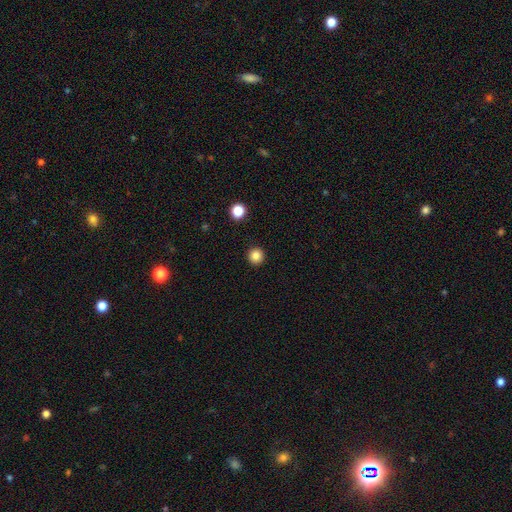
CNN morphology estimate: Smooth or featured? Predicted: smooth (p=0.85). How rounded? Predicted: round (p=0.96). Merging? Predicted: none (p=0.93).